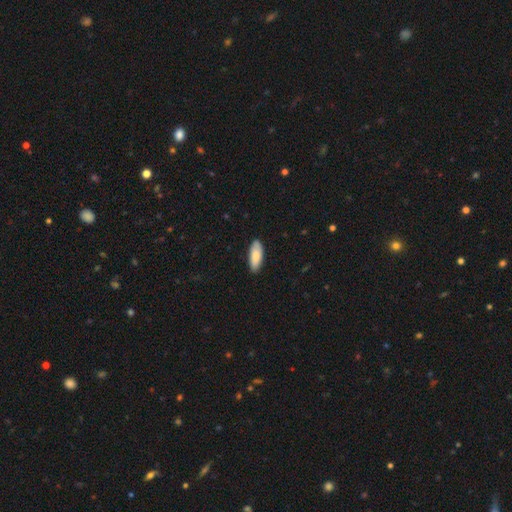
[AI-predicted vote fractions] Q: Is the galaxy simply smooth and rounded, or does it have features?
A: smooth — 84%.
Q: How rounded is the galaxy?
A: in between — 74%.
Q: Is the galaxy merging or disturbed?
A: none — 86%.